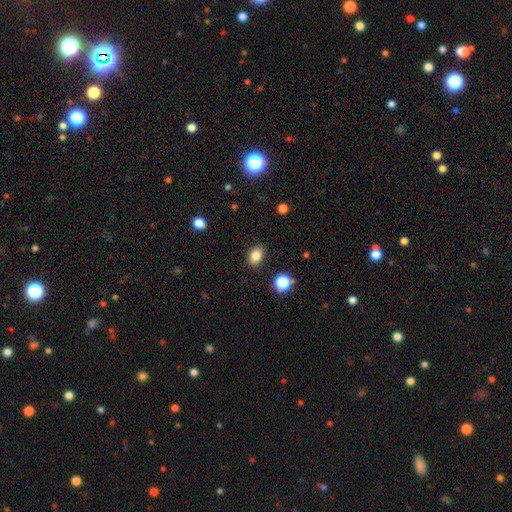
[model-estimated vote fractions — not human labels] Overall: smooth (84%). How rounded: in between (79%). Merging: none (87%).